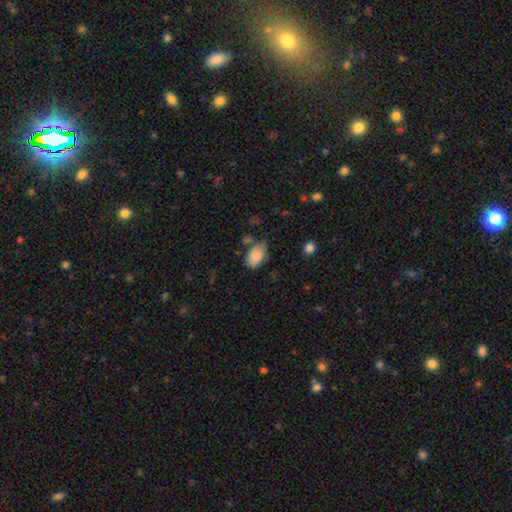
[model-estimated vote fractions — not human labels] Smooth or featured? Predicted: smooth (p=0.87). How rounded? Predicted: in between (p=0.89). Merging? Predicted: none (p=0.61).